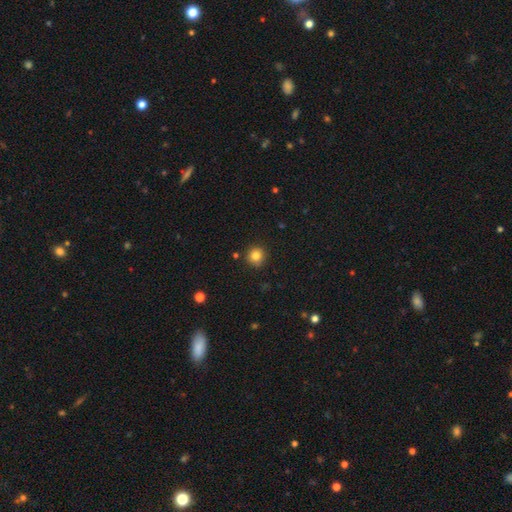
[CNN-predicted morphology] Smooth or featured?
  - smooth: 83% *
  - star or artifact: 11%
  - featured or disk: 6%
How rounded?
  - round: 94% *
  - in between: 5%
  - cigar-shaped: 1%
Merging?
  - none: 89% *
  - minor disturbance: 7%
  - merger: 2%
  - major disturbance: 2%